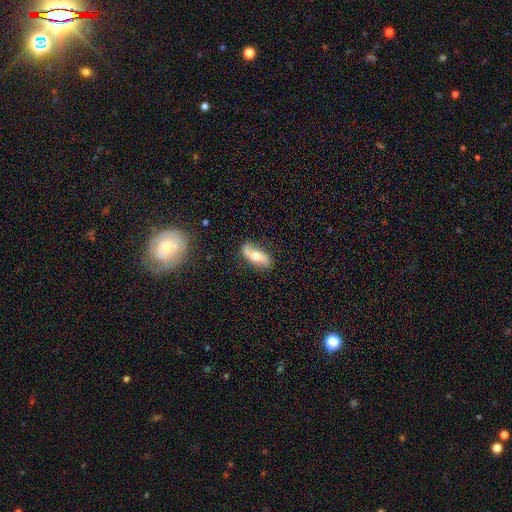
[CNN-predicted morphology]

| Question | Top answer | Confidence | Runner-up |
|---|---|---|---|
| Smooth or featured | featured or disk | 61% | smooth (32%) |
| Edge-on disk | no | 89% | yes (11%) |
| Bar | no | 59% | weak (29%) |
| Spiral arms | yes | 87% | no (13%) |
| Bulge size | moderate | 69% | small (16%) |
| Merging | none | 77% | minor disturbance (16%) |